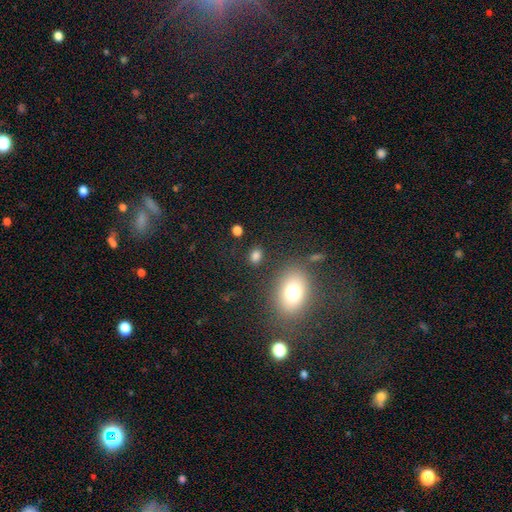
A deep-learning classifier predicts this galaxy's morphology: type=smooth (80%); roundness=in between (62%); merging=none (81%).